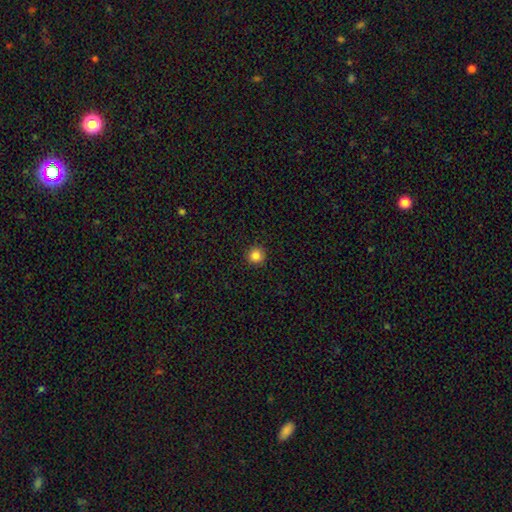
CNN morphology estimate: This is clearly a smooth galaxy (85%). How rounded: clearly round (95%). Merging: clearly none (92%).